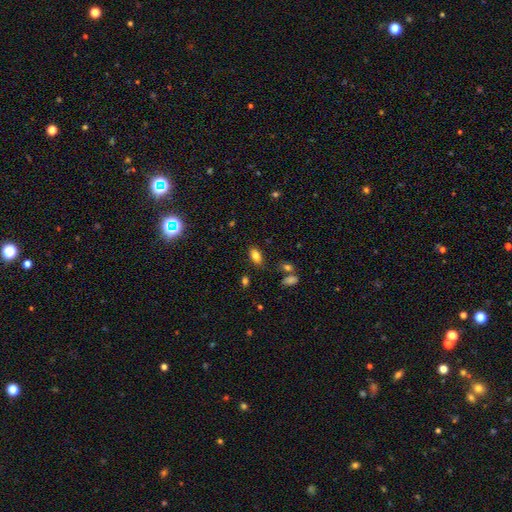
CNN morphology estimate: Smooth or featured: smooth — 81% (star or artifact — 11%)
How rounded: in between — 89% (round — 7%)
Merging: none — 80% (minor disturbance — 13%)